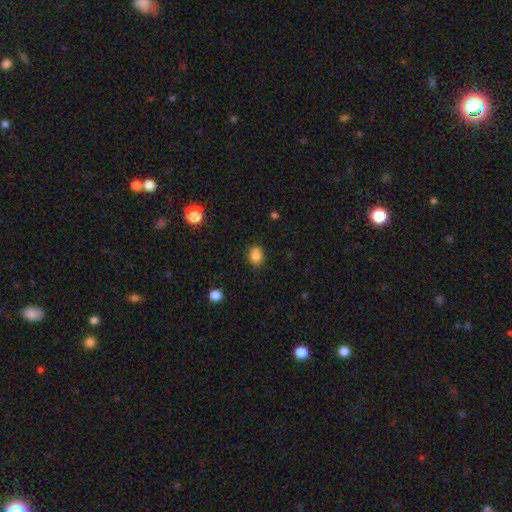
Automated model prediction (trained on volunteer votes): This is clearly a smooth galaxy (81%). How rounded: possibly round (59%). Merging: likely none (68%).